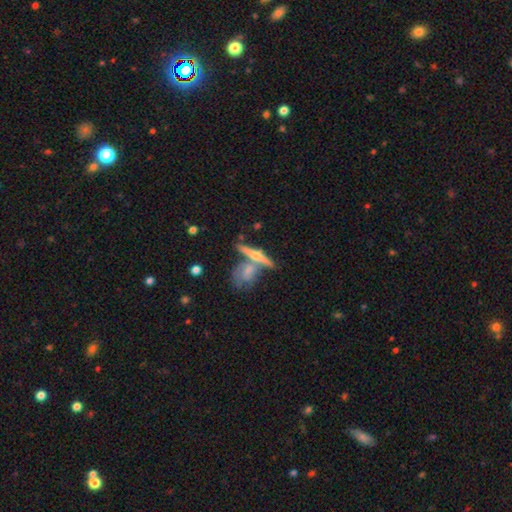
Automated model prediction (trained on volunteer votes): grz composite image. It shows a featured or disk galaxy (68%) viewed edge-on (93%) with a rounded central bulge (90%). Merging: none (59%).